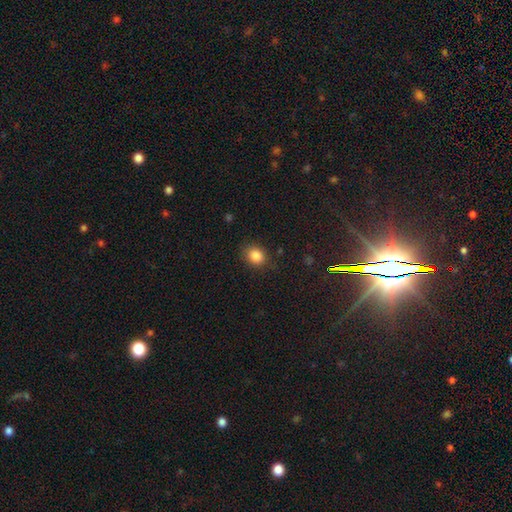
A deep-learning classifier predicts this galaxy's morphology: Smooth or featured? smooth (85%)
How rounded? round (59%)
Merging? none (83%)